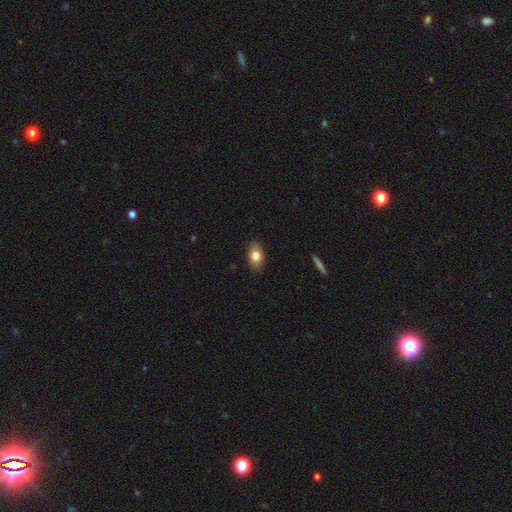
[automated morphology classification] type=smooth (81%); roundness=in between (88%); merging=none (87%).